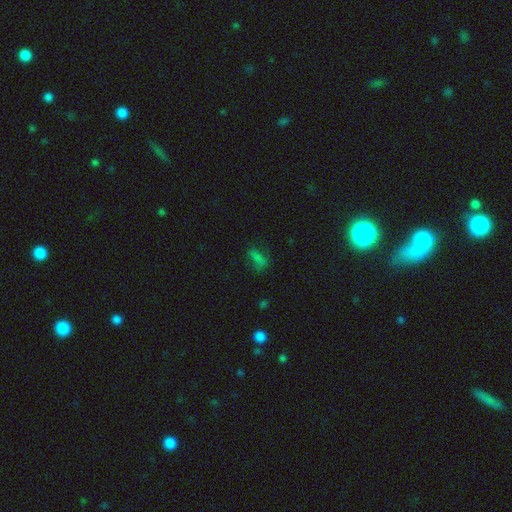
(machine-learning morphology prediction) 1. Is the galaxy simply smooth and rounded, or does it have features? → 64% smooth, 24% star or artifact, 12% featured or disk.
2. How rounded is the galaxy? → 70% in between, 24% cigar-shaped, 7% round.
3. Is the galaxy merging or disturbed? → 56% none, 26% minor disturbance, 15% major disturbance, 4% merger.